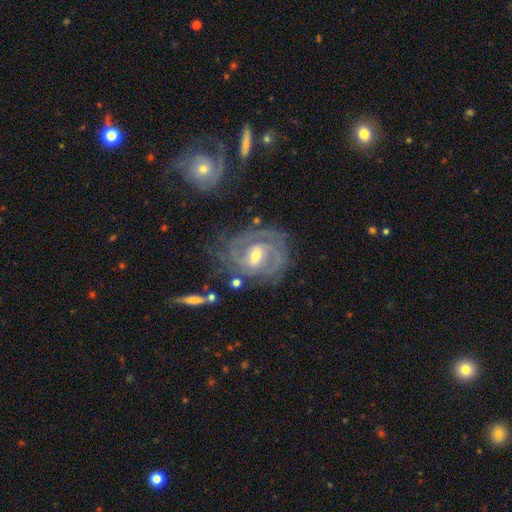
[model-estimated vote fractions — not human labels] A featured or disk galaxy (86%) with a weak bar (55%), 2 (34%) tight (62%) spiral arms (94%) and a moderate central bulge (54%).

Vote fractions:
- Smooth or featured? featured or disk: 86% / smooth: 8% / star or artifact: 6%
- Edge-on disk? no: 97% / yes: 3%
- Bar? weak: 55% / no: 24% / strong: 21%
- Spiral arms? yes: 94% / no: 6%
- Spiral winding? tight: 62% / medium: 31% / loose: 7%
- Spiral arm count? 2: 34% / can't tell: 30% / 3: 20% / 4: 7% / 1: 5% / more than 4: 4%
- Bulge size? moderate: 54% / small: 41% / large: 3% / none: 1% / dominant: 1%
- Merging? none: 65% / minor disturbance: 20% / major disturbance: 11% / merger: 4%